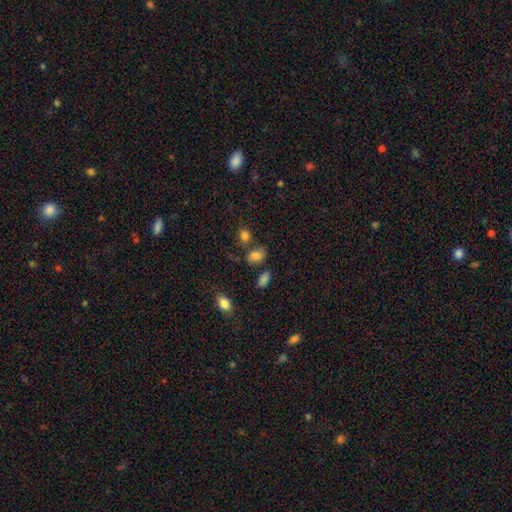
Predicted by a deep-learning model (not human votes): This appears to be a smooth galaxy with no disk features (78%) that is in between round and cigar-shaped (70%). Merging: none (58%).